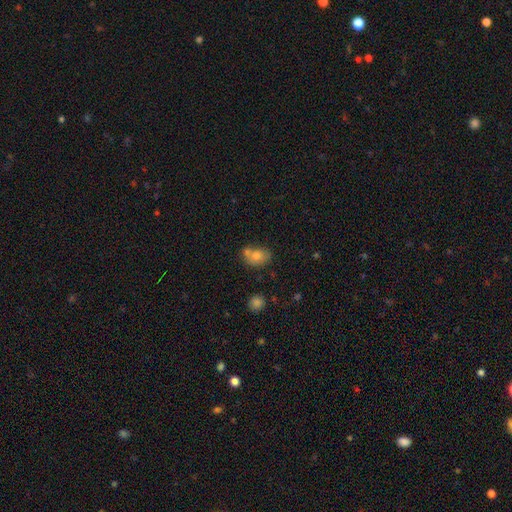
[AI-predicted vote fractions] Overall: smooth (76%). How rounded: in between (68%; round 30%). Merging: none (45%; merger 32%).